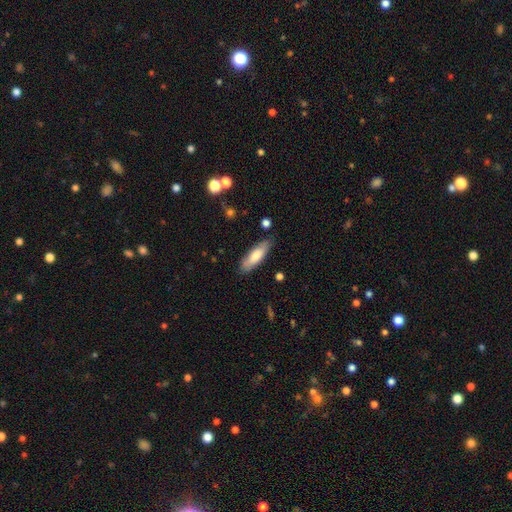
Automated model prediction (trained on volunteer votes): smooth-or-featured: smooth: 73% | featured or disk: 21% | star or artifact: 6%
  how-rounded: in between: 49% (tied) | cigar-shaped: 49% (tied) | round: 2%
  merging: none: 82% | minor disturbance: 14% | major disturbance: 3% | merger: 2%